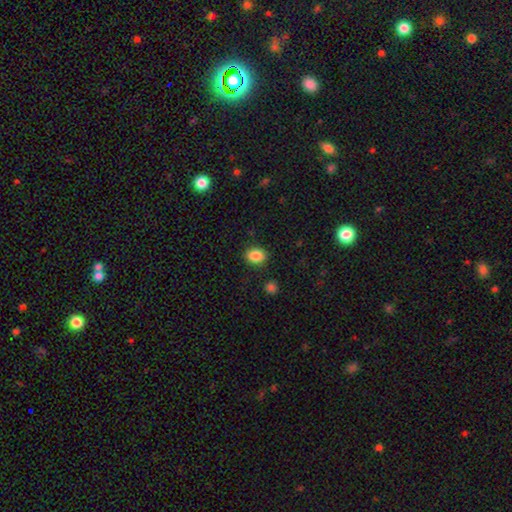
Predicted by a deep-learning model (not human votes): Morphology: type=smooth (86%); roundness=in between (62%); merging=none (88%).